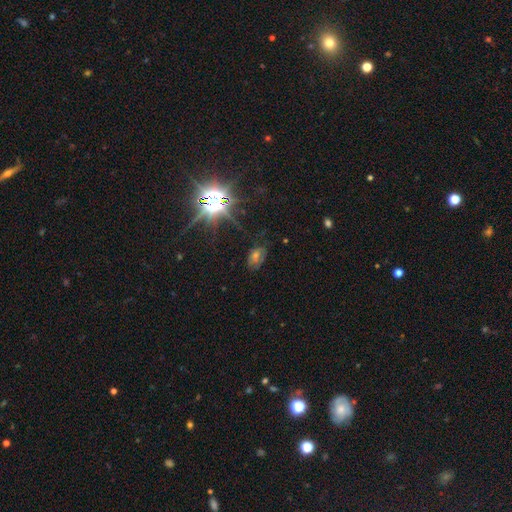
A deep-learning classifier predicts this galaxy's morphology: A star or artifact, not a galaxy (54%).

Vote fractions:
- Smooth or featured? star or artifact: 54% / featured or disk: 24% / smooth: 22%